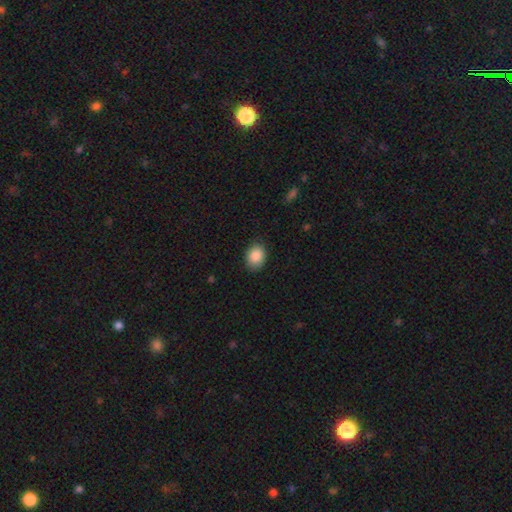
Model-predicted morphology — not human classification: The model was most divided on "how rounded": in between: 59%, round: 40%, cigar-shaped: 1%. More confident: smooth or featured — smooth (88%); merging — none (84%).